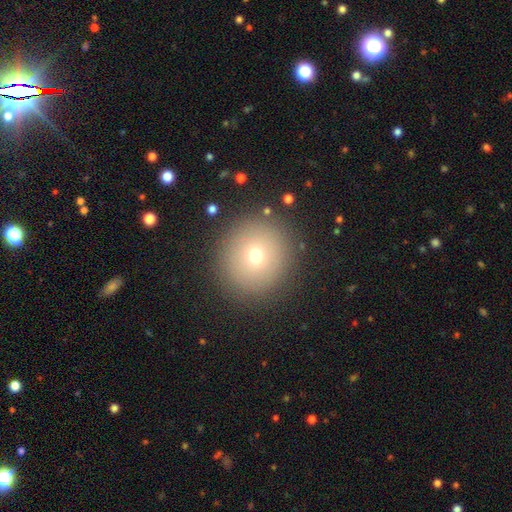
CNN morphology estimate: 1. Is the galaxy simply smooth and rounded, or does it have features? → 69% smooth, 17% star or artifact, 14% featured or disk.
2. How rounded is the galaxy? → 94% round, 5% in between, 1% cigar-shaped.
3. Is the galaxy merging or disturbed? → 89% none, 6% minor disturbance, 3% major disturbance, 1% merger.